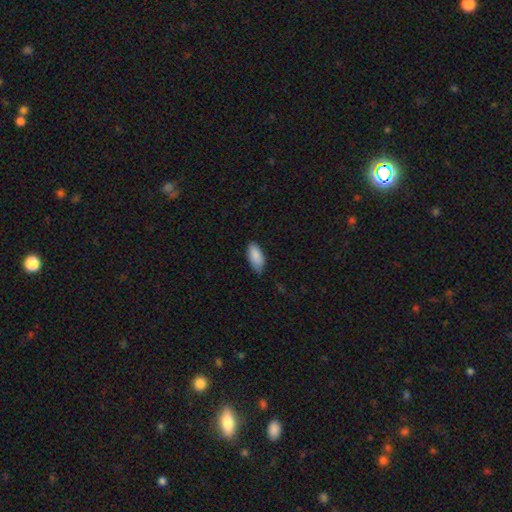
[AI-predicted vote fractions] Smooth or featured?
  - smooth: 89% *
  - star or artifact: 6%
  - featured or disk: 5%
How rounded?
  - in between: 91% *
  - cigar-shaped: 8%
  - round: 2%
Merging?
  - none: 72% *
  - minor disturbance: 24%
  - major disturbance: 3%
  - merger: 1%